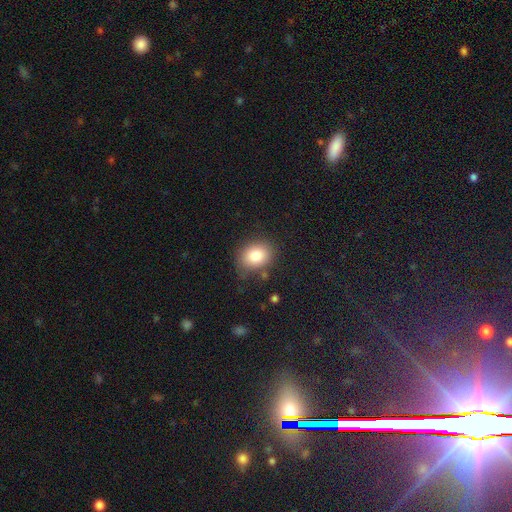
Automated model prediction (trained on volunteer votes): smooth 83%, star or artifact 9%, featured or disk 8%. Down the decision tree: how rounded — in between (54%); merging — none (76%).